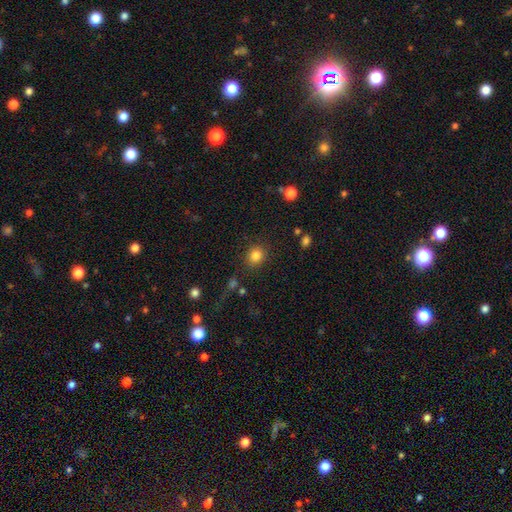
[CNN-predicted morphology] smooth-or-featured: smooth: 84% | star or artifact: 11% | featured or disk: 5%
  how-rounded: round: 74% | in between: 25% | cigar-shaped: 1%
  merging: none: 86% | minor disturbance: 8% | major disturbance: 3% | merger: 2%